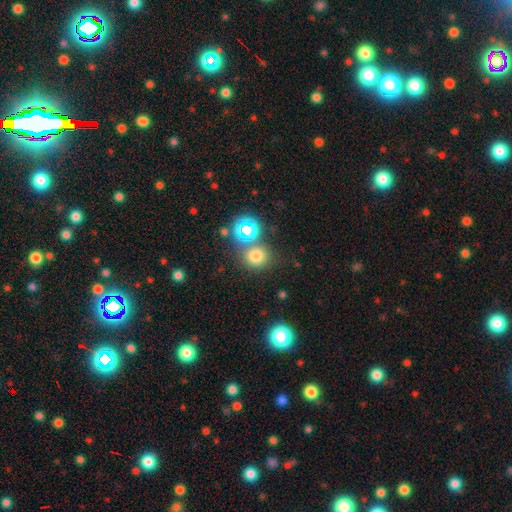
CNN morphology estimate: This appears to be a smooth galaxy with no disk features (69%) that is round (85%). Merging: none (70%).